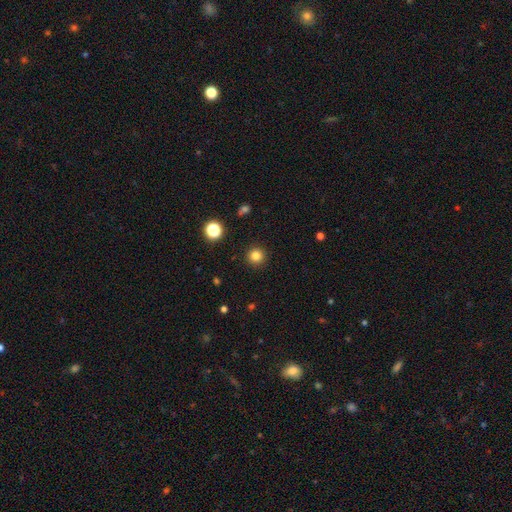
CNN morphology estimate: The model was most divided on "smooth or featured": smooth: 83%, star or artifact: 13%, featured or disk: 5%. More confident: how rounded — round (95%); merging — none (92%).